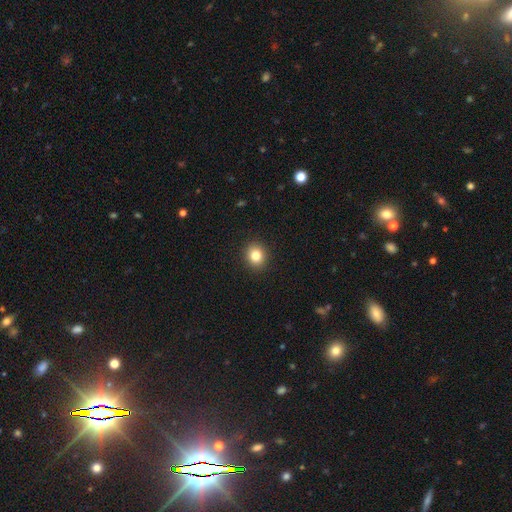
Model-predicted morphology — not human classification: smooth 82%, star or artifact 11%, featured or disk 7%. Down the decision tree: how rounded — round (77%); merging — none (91%).